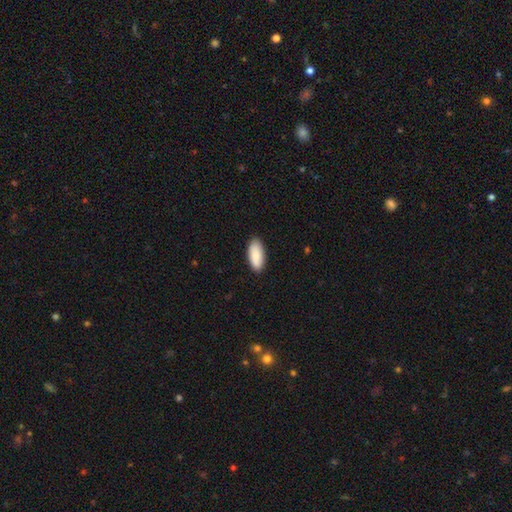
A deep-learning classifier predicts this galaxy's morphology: This is clearly a smooth galaxy (90%). How rounded: clearly in between (87%). Merging: clearly none (88%).